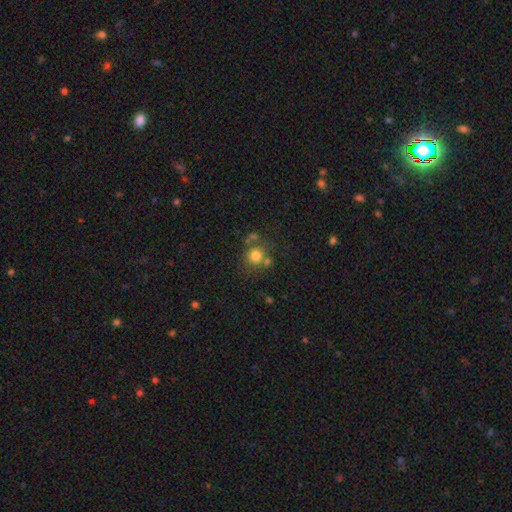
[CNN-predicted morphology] Smooth or featured? Predicted: smooth (p=0.76). How rounded? Predicted: round (p=0.88). Merging? Predicted: none (p=0.62).